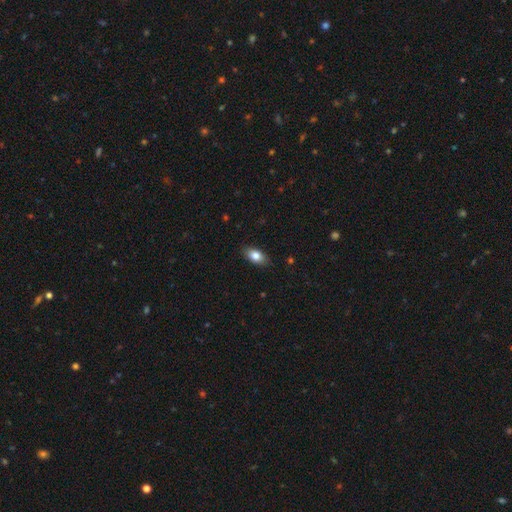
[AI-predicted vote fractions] The model was most divided on "smooth or featured": smooth: 82%, featured or disk: 11%, star or artifact: 7%. More confident: how rounded — in between (90%); merging — none (87%).